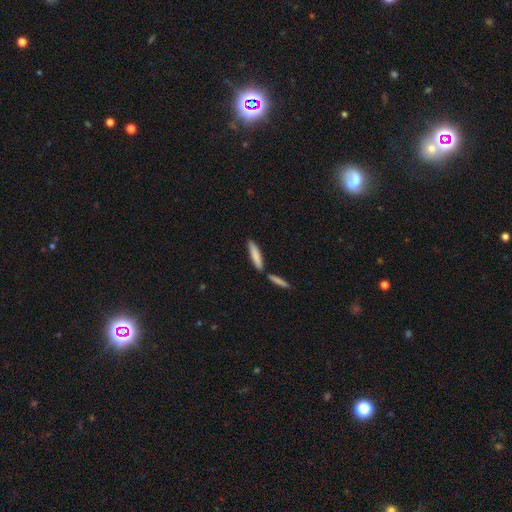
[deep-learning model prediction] Overall: smooth (81%). How rounded: cigar-shaped (83%). Merging: none (75%).